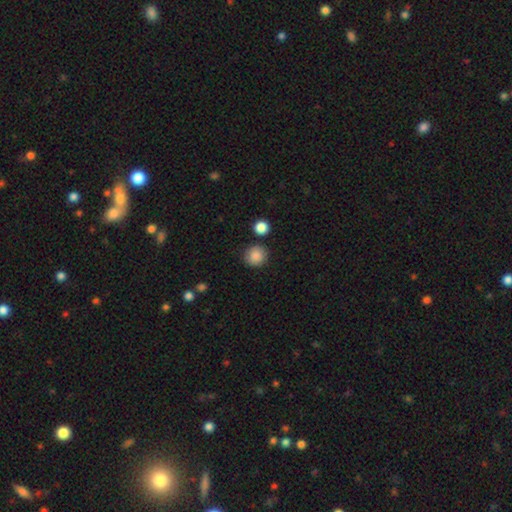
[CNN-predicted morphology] Smooth or featured? Predicted: smooth (p=0.87). How rounded? Predicted: round (p=0.91). Merging? Predicted: none (p=0.85).